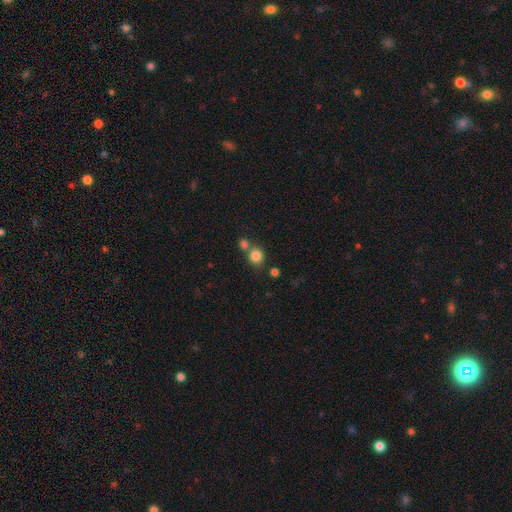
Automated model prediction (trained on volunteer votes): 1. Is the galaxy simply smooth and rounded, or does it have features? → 82% smooth, 12% star or artifact, 6% featured or disk.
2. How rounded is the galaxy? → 81% round, 18% in between, 1% cigar-shaped.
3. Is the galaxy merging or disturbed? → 58% none, 29% merger, 9% minor disturbance, 3% major disturbance.